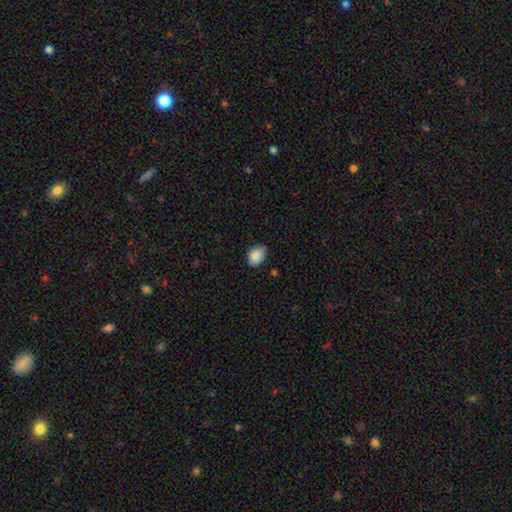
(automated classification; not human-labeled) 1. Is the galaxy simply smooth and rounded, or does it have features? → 88% smooth, 8% star or artifact, 4% featured or disk.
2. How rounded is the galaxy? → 77% in between, 22% round, 1% cigar-shaped.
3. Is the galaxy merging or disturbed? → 79% none, 17% minor disturbance, 2% major disturbance, 1% merger.